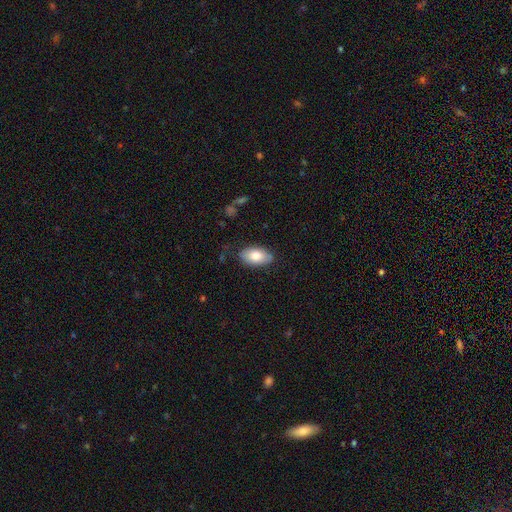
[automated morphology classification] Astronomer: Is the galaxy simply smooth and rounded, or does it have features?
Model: smooth — 80%.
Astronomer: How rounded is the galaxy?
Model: in between — 94%.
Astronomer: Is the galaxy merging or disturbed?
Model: none — 80%.